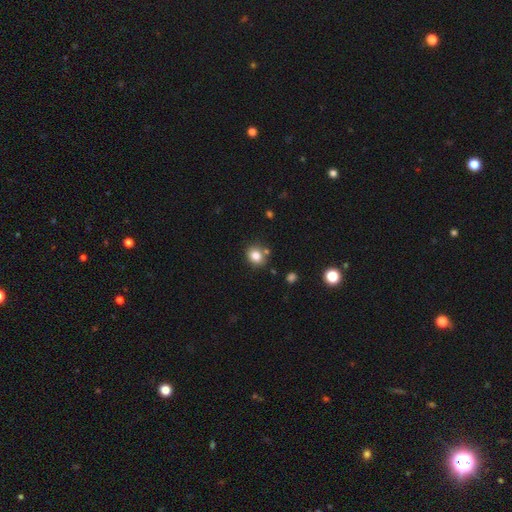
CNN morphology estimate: A smooth galaxy with no disk features (82%) that is round (67%).

Vote fractions:
- Smooth or featured? smooth: 82% / star or artifact: 11% / featured or disk: 7%
- How rounded? round: 67% / in between: 32% / cigar-shaped: 1%
- Merging? none: 74% / minor disturbance: 12% / merger: 10% / major disturbance: 3%